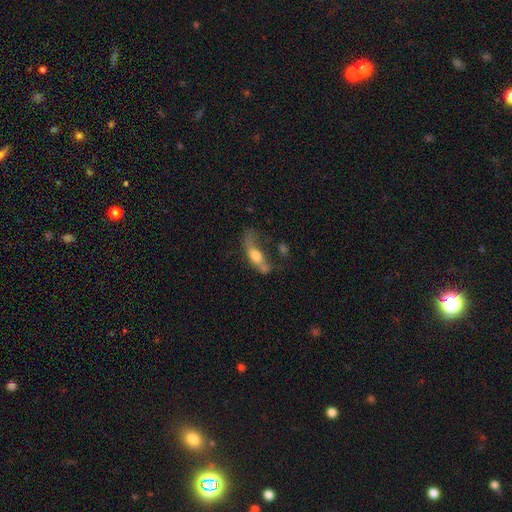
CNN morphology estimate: Q: Smooth or featured?
A: smooth (57%); runner-up: featured or disk (34%)
Q: How rounded?
A: in between (58%); runner-up: cigar-shaped (36%)
Q: Merging?
A: major disturbance (34%); runner-up: none (26%)